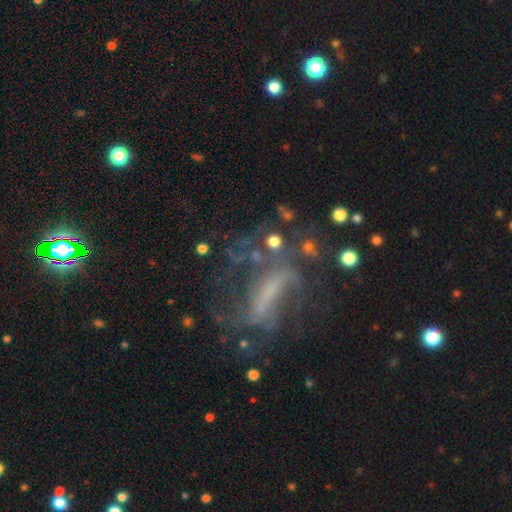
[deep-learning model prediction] The model was most divided on "bar": strong: 45%, weak: 30%, no: 25%. Remaining: edge-on disk — no (93%); spiral arms — yes (66%); smooth or featured — featured or disk (65%); bulge size — none (48%); merging — none (46%).